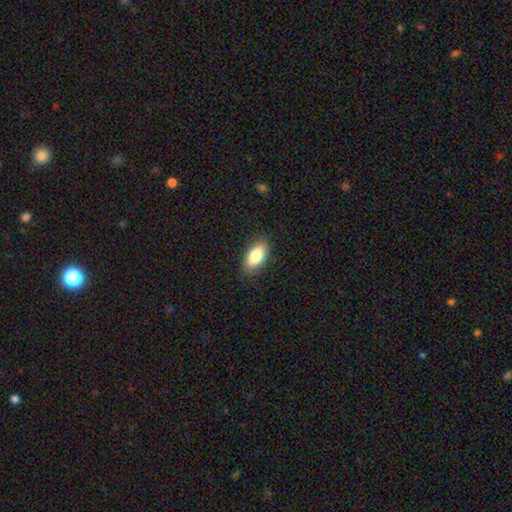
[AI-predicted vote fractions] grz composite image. It shows a smooth galaxy with no disk features (80%) that is in between round and cigar-shaped (89%). Merging: none (86%).